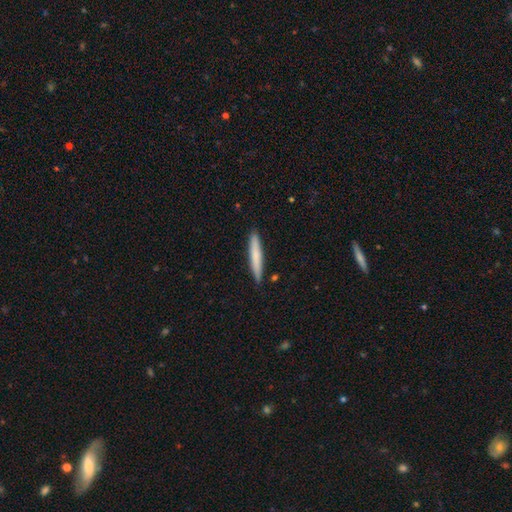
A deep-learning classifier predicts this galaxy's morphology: Smooth or featured: smooth — 73% (featured or disk — 21%)
How rounded: cigar-shaped — 94% (in between — 5%)
Merging: none — 90% (minor disturbance — 8%)